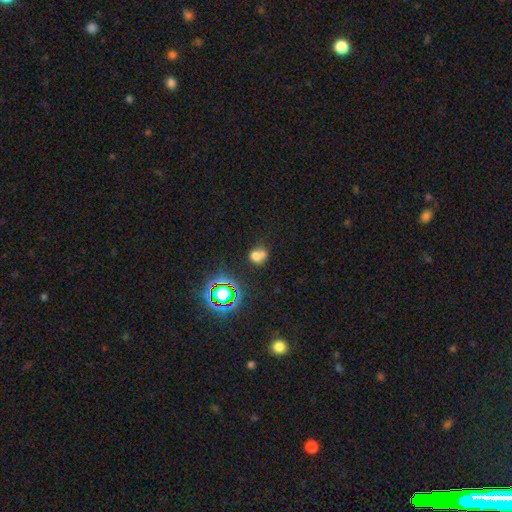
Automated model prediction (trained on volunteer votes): Q: Smooth or featured?
A: smooth (63%); runner-up: star or artifact (22%)
Q: How rounded?
A: round (66%); runner-up: in between (33%)
Q: Merging?
A: none (41%); runner-up: merger (35%)